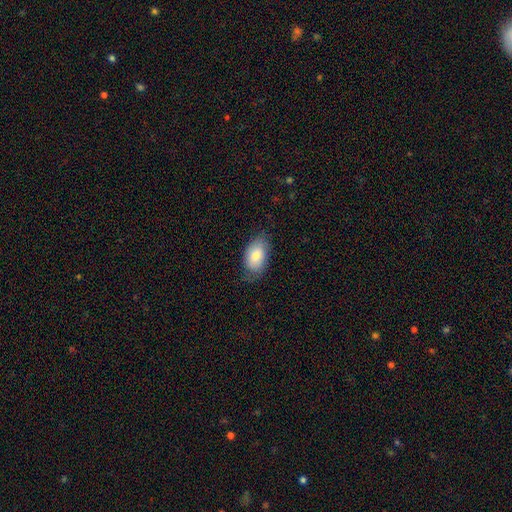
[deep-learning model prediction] Smooth or featured? Predicted: smooth (p=0.78). How rounded? Predicted: in between (p=0.92). Merging? Predicted: none (p=0.70).